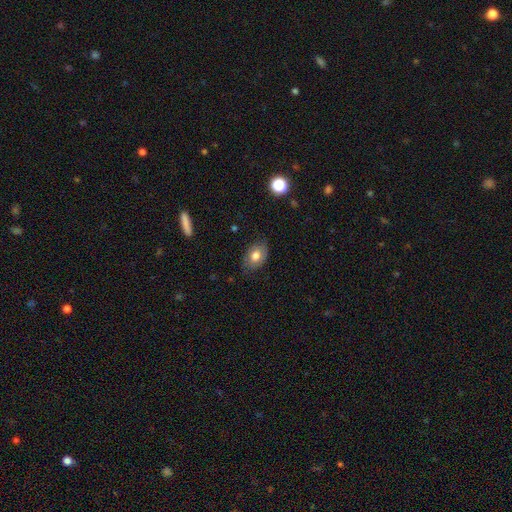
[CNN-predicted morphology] smooth_or_featured: smooth (p=0.77) [alt: featured or disk p=0.15]
how_rounded: in between (p=0.83) [alt: round p=0.16]
merging: none (p=0.79) [alt: minor disturbance p=0.16]